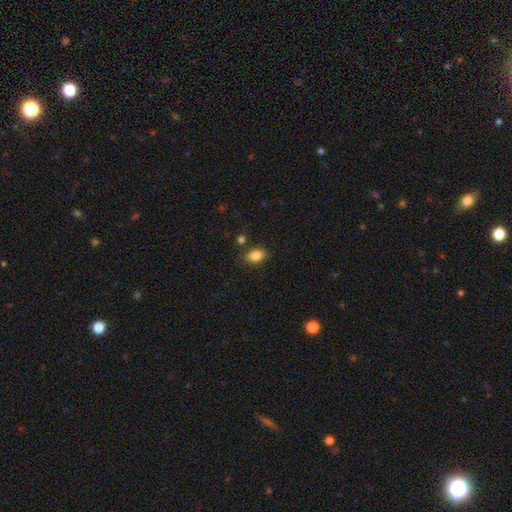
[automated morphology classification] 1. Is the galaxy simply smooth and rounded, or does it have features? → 84% smooth, 9% star or artifact, 7% featured or disk.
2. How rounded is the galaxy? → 79% in between, 19% round, 2% cigar-shaped.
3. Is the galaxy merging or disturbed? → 80% none, 13% minor disturbance, 4% merger, 3% major disturbance.